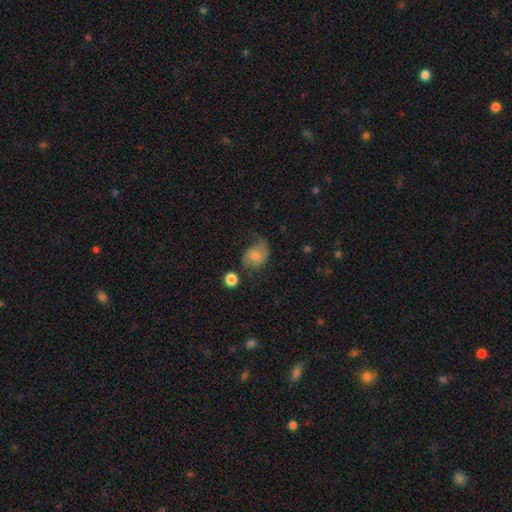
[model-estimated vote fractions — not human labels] The model was most divided on "bulge size": moderate: 37%, small: 35%, none: 16%, large: 9%, dominant: 3%. Remaining: edge-on disk — no (97%); spiral arms — yes (88%); bar — no (58%); smooth or featured — featured or disk (53%); merging — none (45%).